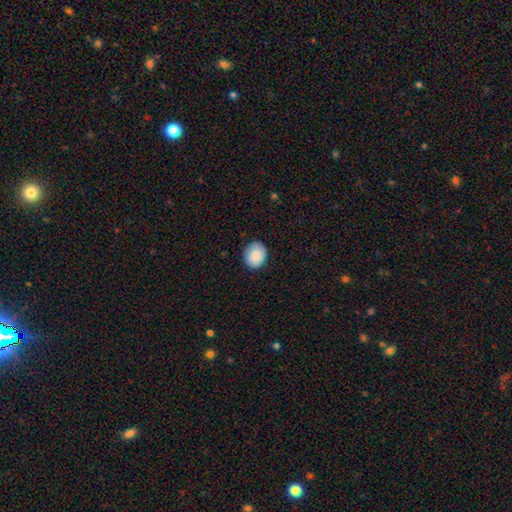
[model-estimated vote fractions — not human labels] smooth-or-featured: smooth: 88% | star or artifact: 7% | featured or disk: 5%
  how-rounded: round: 65% | in between: 34% | cigar-shaped: 1%
  merging: none: 86% | minor disturbance: 11% | major disturbance: 2% | merger: 1%